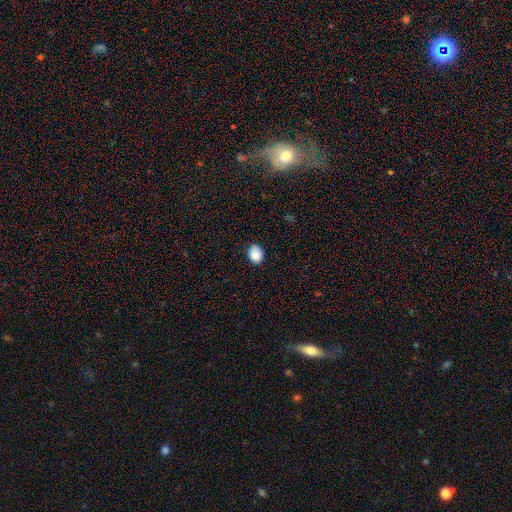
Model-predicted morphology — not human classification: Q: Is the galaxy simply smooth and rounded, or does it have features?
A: smooth — 87%.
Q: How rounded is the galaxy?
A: in between — 55%.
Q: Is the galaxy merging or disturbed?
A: none — 85%.